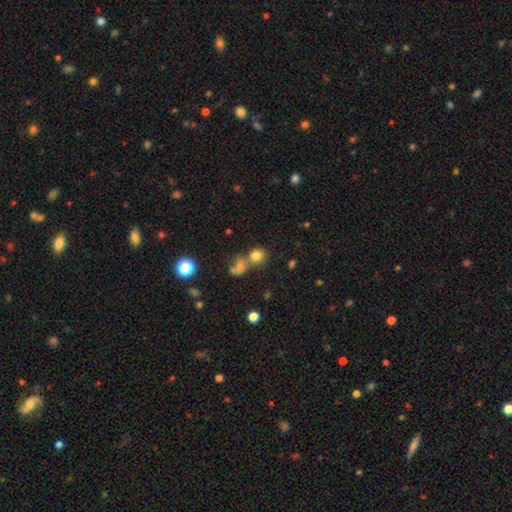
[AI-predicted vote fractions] A smooth galaxy with no disk features (77%) that is round (82%). Merging: none (52%).